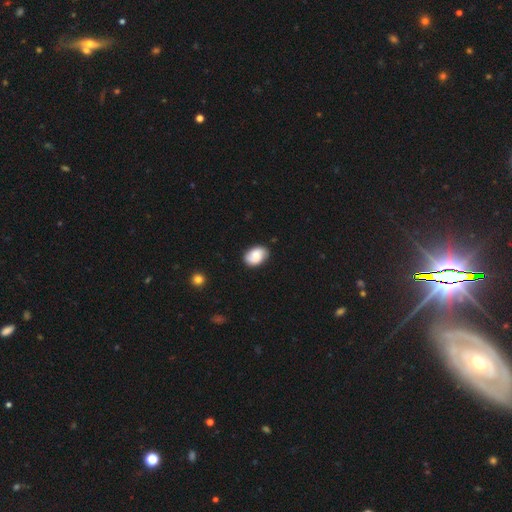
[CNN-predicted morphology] Q: Smooth or featured?
A: smooth (68%); runner-up: featured or disk (24%)
Q: How rounded?
A: in between (81%); runner-up: round (18%)
Q: Merging?
A: none (80%); runner-up: minor disturbance (16%)